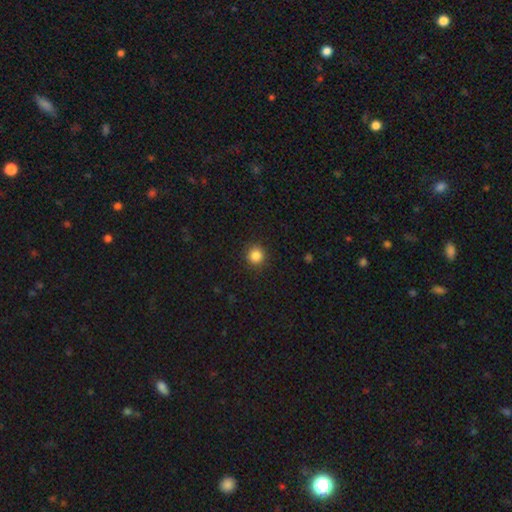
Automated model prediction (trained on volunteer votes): smooth_or_featured: smooth (p=0.85) [alt: star or artifact p=0.11]
how_rounded: round (p=0.93) [alt: in between p=0.06]
merging: none (p=0.91) [alt: minor disturbance p=0.06]